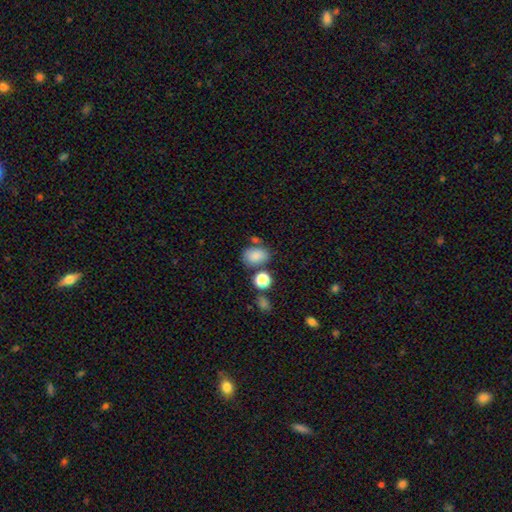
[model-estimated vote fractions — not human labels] Q: Smooth or featured?
A: smooth (82%); runner-up: star or artifact (10%)
Q: How rounded?
A: in between (69%); runner-up: round (30%)
Q: Merging?
A: none (63%); runner-up: minor disturbance (16%)